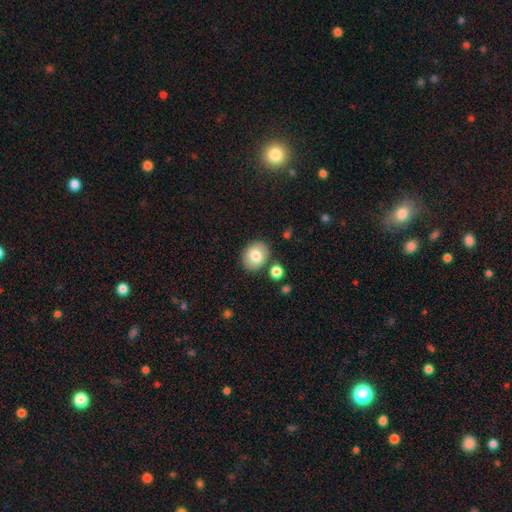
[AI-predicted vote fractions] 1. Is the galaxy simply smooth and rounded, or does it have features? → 79% smooth, 13% featured or disk, 8% star or artifact.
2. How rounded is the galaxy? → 57% round, 42% in between, 1% cigar-shaped.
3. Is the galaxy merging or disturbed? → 82% none, 10% minor disturbance, 5% merger, 3% major disturbance.